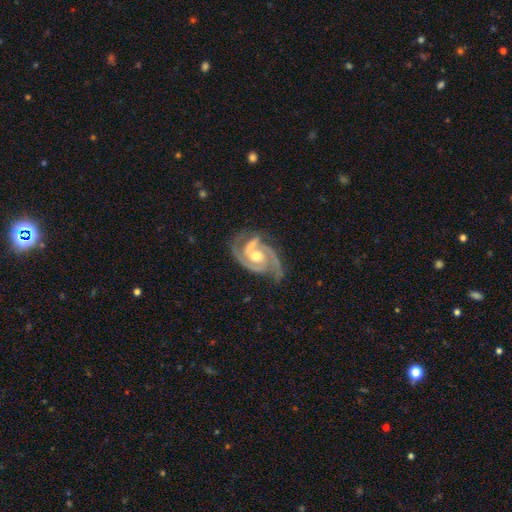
A featured or disk galaxy (89%) with no bar (71%), 2 (77%) tight (52%) spiral arms (100%) and a moderate central bulge (74%). Merging: none (51%).